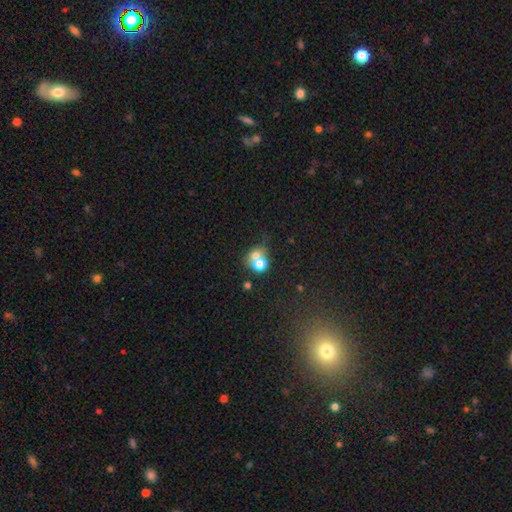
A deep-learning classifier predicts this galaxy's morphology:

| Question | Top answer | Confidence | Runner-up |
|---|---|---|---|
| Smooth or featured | smooth | 68% | featured or disk (18%) |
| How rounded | round | 65% | in between (34%) |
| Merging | merger | 57% | none (29%) |